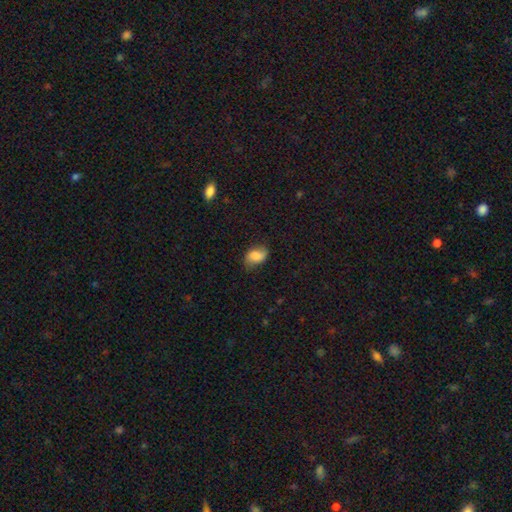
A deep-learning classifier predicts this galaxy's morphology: Smooth or featured? Predicted: smooth (p=0.78). How rounded? Predicted: in between (p=0.83). Merging? Predicted: none (p=0.67).